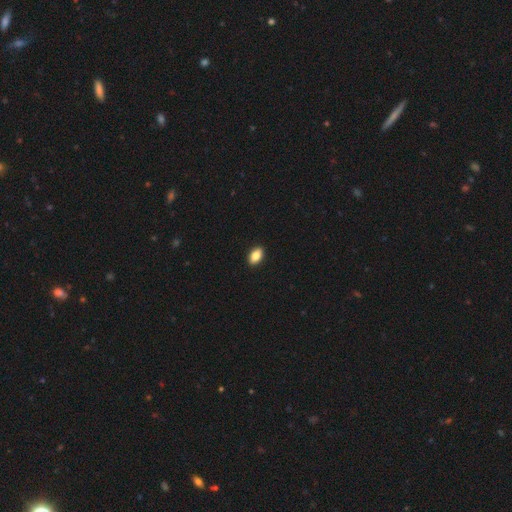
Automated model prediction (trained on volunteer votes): smooth-or-featured: smooth: 86% | star or artifact: 8% | featured or disk: 7%
  how-rounded: in between: 90% | round: 8% | cigar-shaped: 2%
  merging: none: 92% | minor disturbance: 6% | major disturbance: 1% | merger: 1%